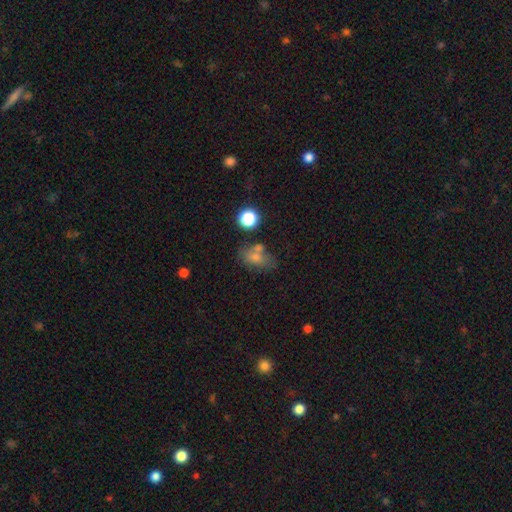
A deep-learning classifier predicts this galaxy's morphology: smooth 70%, featured or disk 17%, star or artifact 13%. Down the decision tree: how rounded — in between (80%); merging — none (48%).